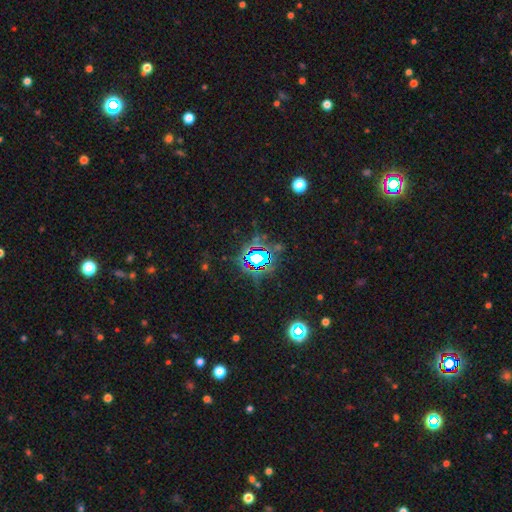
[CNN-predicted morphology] Smooth or featured: star or artifact — 76% (smooth — 13%)